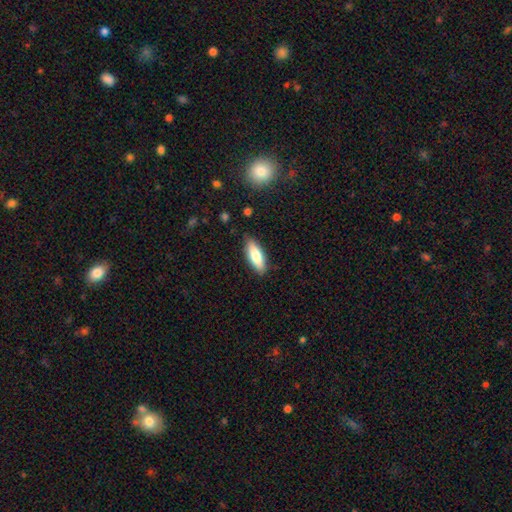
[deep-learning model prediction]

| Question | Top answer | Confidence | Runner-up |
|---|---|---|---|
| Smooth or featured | smooth | 78% | featured or disk (16%) |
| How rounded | in between | 62% | cigar-shaped (36%) |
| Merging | none | 86% | minor disturbance (11%) |